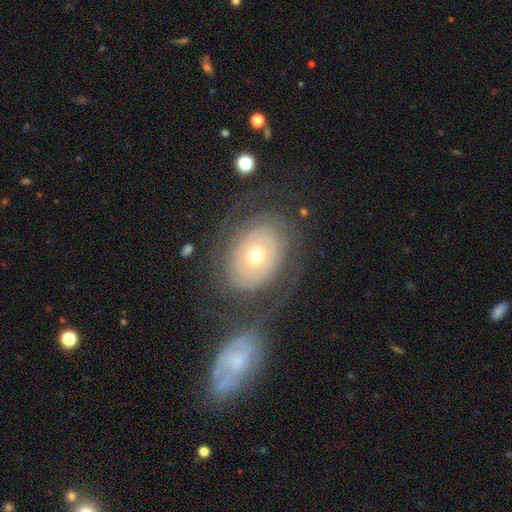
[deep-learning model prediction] Smooth or featured? featured or disk (71%)
Edge-on disk? no (95%)
Bar? no (88%)
Spiral arms? yes (70%)
Bulge size? moderate (53%)
Merging? none (62%)